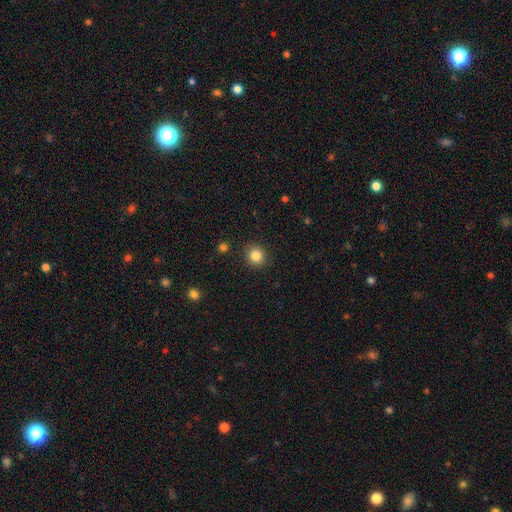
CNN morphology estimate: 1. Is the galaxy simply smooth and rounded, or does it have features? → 84% smooth, 11% star or artifact, 5% featured or disk.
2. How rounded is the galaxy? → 90% round, 9% in between, 1% cigar-shaped.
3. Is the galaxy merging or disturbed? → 91% none, 6% minor disturbance, 2% major disturbance, 1% merger.